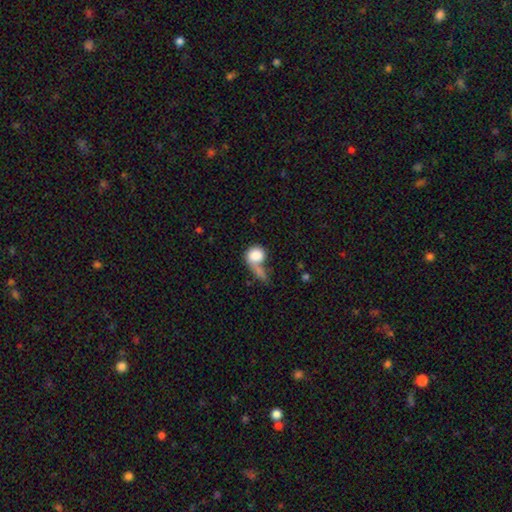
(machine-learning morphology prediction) A smooth galaxy with no disk features (81%) that is round (70%). Merging: merger (37%).